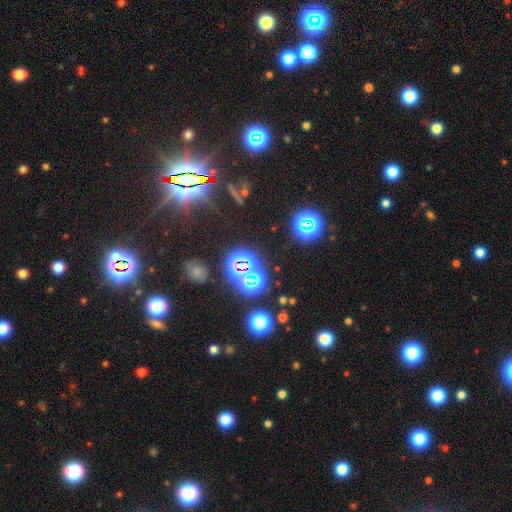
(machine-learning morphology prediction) Smooth or featured? star or artifact (79%)